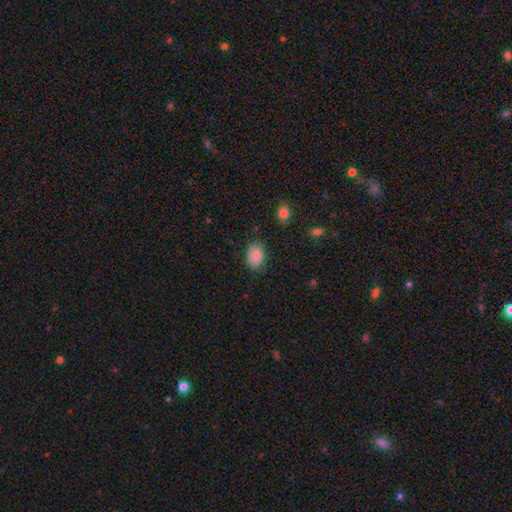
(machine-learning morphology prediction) Smooth or featured: smooth — 87% (star or artifact — 8%)
How rounded: in between — 66% (round — 33%)
Merging: none — 78% (minor disturbance — 17%)